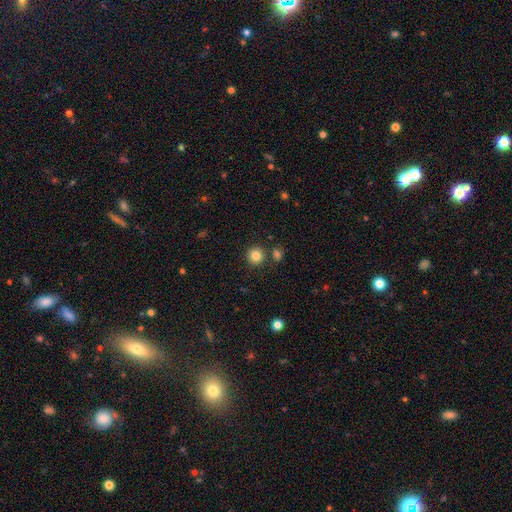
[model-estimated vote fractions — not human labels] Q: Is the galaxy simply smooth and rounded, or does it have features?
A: smooth — 83%.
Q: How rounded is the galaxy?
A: round — 93%.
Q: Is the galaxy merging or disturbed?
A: none — 84%.